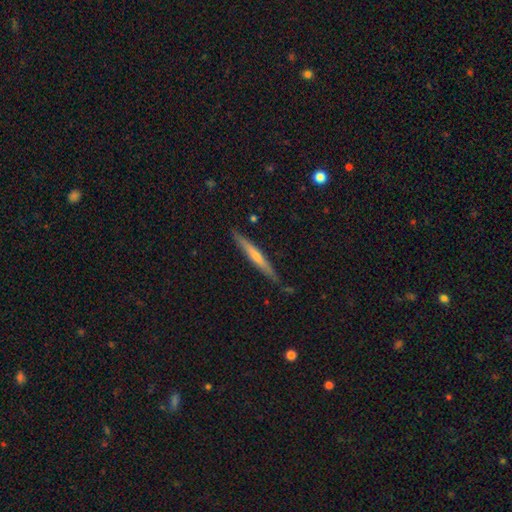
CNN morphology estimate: This is possibly a featured or disk galaxy (53%). It is clearly viewed edge-on (96%). Edge-on bulge: possibly rounded (47%, tied with none). Merging: clearly none (85%).